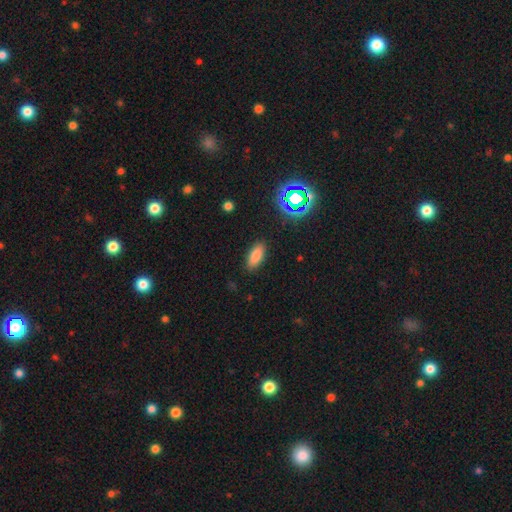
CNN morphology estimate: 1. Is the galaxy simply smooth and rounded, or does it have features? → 82% smooth, 12% star or artifact, 6% featured or disk.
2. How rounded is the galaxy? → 82% in between, 16% cigar-shaped, 3% round.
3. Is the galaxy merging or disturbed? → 88% none, 8% minor disturbance, 2% major disturbance, 1% merger.